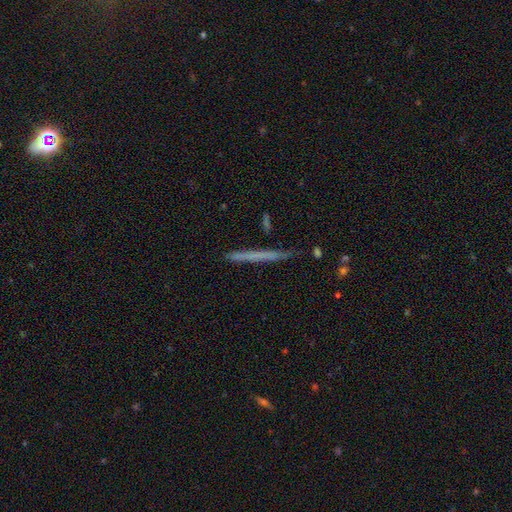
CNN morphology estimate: The model was most divided on "smooth or featured": smooth: 55%, featured or disk: 39%, star or artifact: 7%. More confident: how rounded — cigar-shaped (97%); merging — none (84%).